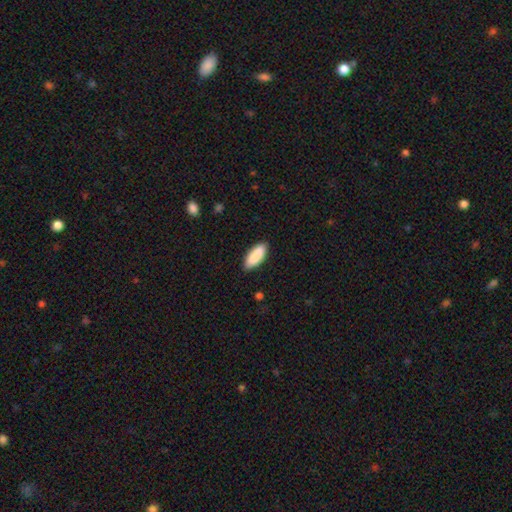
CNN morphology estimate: Smooth or featured? Predicted: smooth (p=0.90). How rounded? Predicted: in between (p=0.76). Merging? Predicted: none (p=0.87).